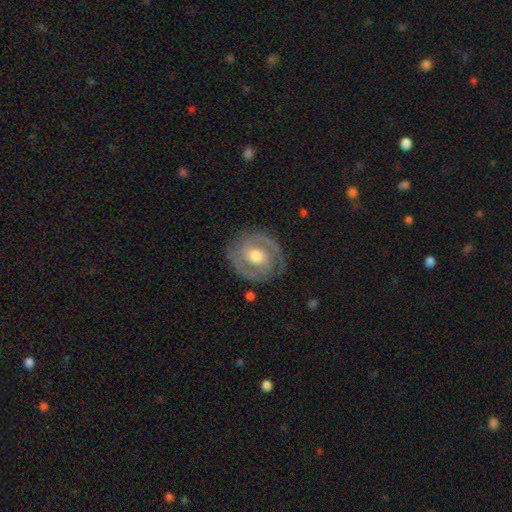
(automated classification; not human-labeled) Q: Smooth or featured?
A: featured or disk (86%); runner-up: smooth (9%)
Q: Edge-on disk?
A: no (97%); runner-up: yes (3%)
Q: Bar?
A: no (52%); runner-up: weak (35%)
Q: Spiral arms?
A: yes (95%); runner-up: no (5%)
Q: Spiral winding?
A: tight (55%); runner-up: medium (38%)
Q: Spiral arm count?
A: 2 (86%); runner-up: can't tell (5%)
Q: Bulge size?
A: moderate (73%); runner-up: small (17%)
Q: Merging?
A: none (84%); runner-up: minor disturbance (12%)